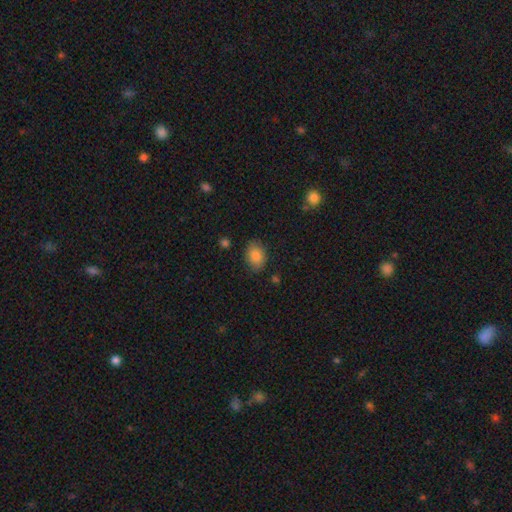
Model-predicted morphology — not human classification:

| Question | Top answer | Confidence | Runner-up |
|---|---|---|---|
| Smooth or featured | smooth | 85% | star or artifact (8%) |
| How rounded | in between | 71% | round (28%) |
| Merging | none | 82% | minor disturbance (14%) |